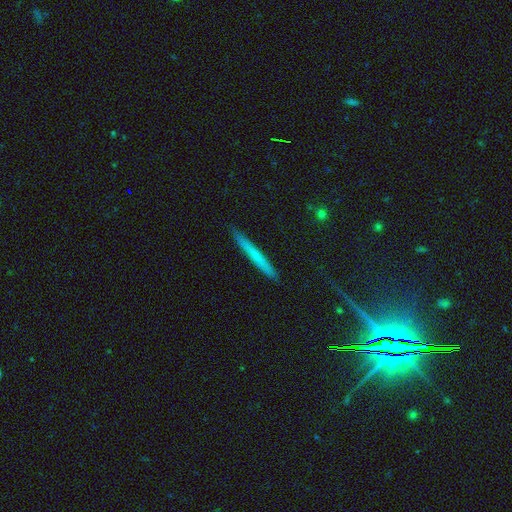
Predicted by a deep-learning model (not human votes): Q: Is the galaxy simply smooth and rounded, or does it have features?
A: smooth — 57%.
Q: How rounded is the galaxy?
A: cigar-shaped — 96%.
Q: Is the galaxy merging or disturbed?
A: none — 91%.